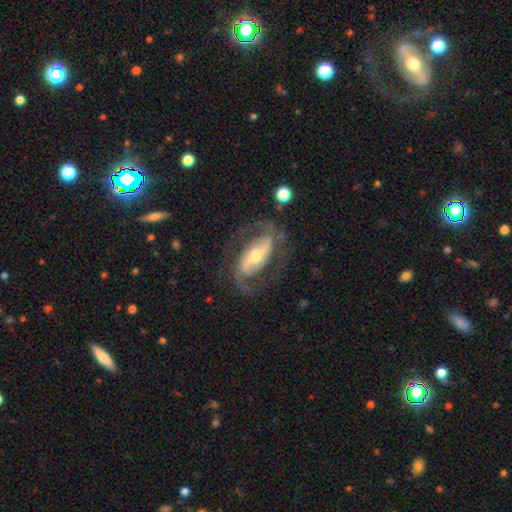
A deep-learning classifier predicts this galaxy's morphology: Overall: featured or disk (88%). Edge-on disk: no (96%). Bar: strong (50%; weak 29%). Spiral arms: yes (94%). Spiral arm count: 2 (90%). Spiral winding: medium (53%; tight 27%). Bulge size: moderate (58%; small 34%). Merging: none (74%).